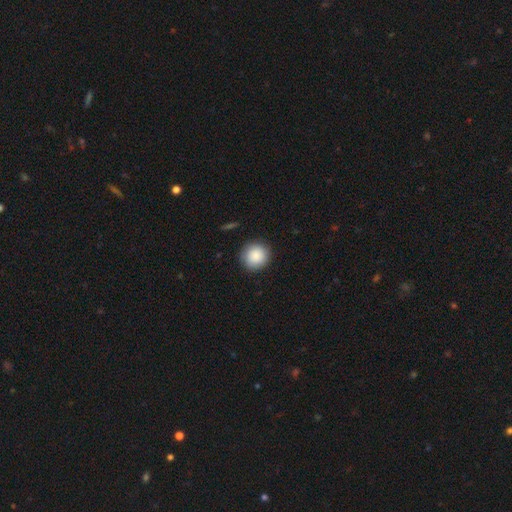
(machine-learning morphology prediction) Q: Smooth or featured?
A: smooth (88%); runner-up: star or artifact (7%)
Q: How rounded?
A: round (91%); runner-up: in between (8%)
Q: Merging?
A: none (89%); runner-up: minor disturbance (8%)